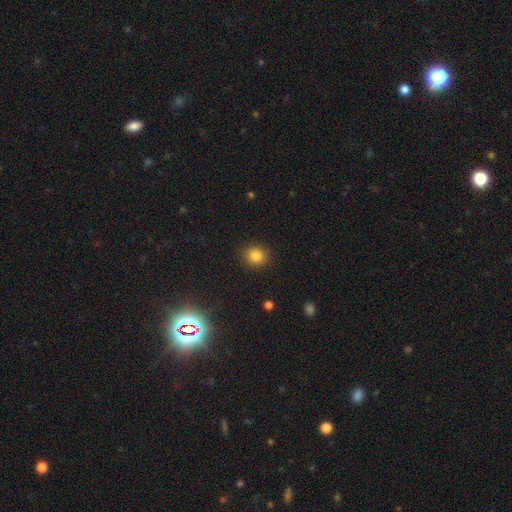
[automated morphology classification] Overall: smooth (83%). How rounded: round (78%). Merging: none (89%).